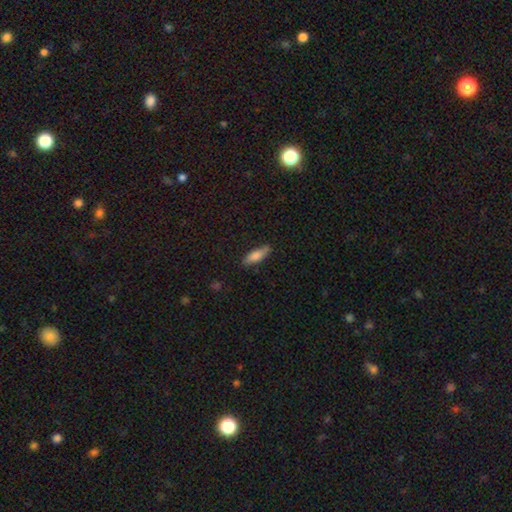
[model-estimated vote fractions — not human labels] A smooth galaxy with no disk features (78%) that is in between round and cigar-shaped (55%). Merging: none (76%).